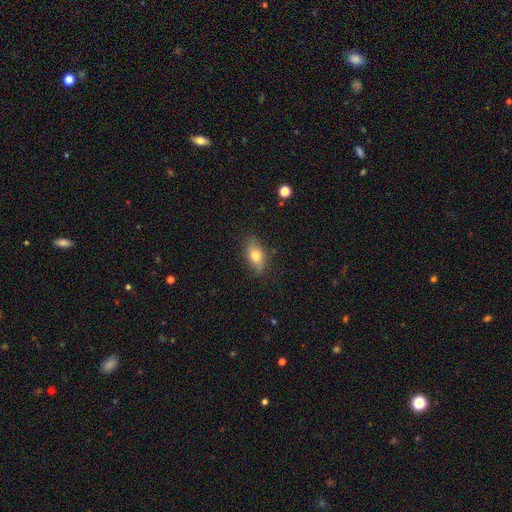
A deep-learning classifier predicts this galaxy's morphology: smooth_or_featured: smooth (p=0.69) [alt: featured or disk p=0.23]
how_rounded: in between (p=0.81) [alt: round p=0.11]
merging: none (p=0.79) [alt: minor disturbance p=0.16]